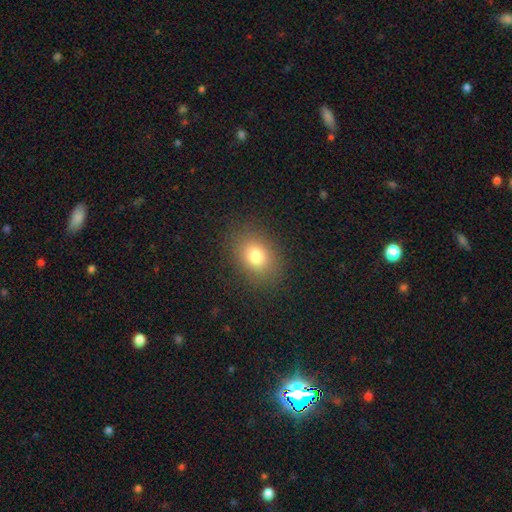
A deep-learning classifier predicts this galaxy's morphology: Smooth or featured? smooth (78%)
How rounded? in between (55%)
Merging? none (86%)